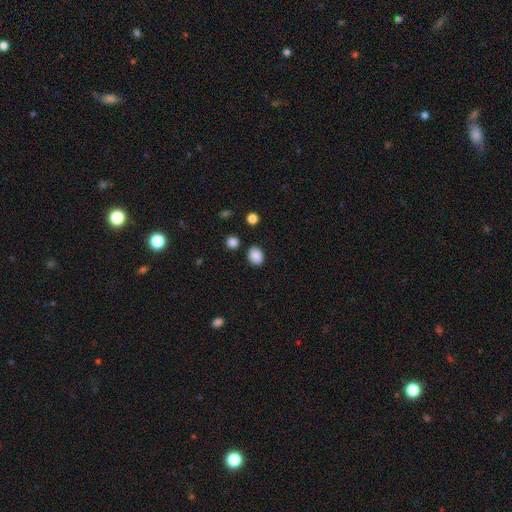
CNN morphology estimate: smooth_or_featured: smooth (p=0.86) [alt: star or artifact p=0.10]
how_rounded: in between (p=0.57) [alt: round p=0.42]
merging: none (p=0.82) [alt: minor disturbance p=0.12]